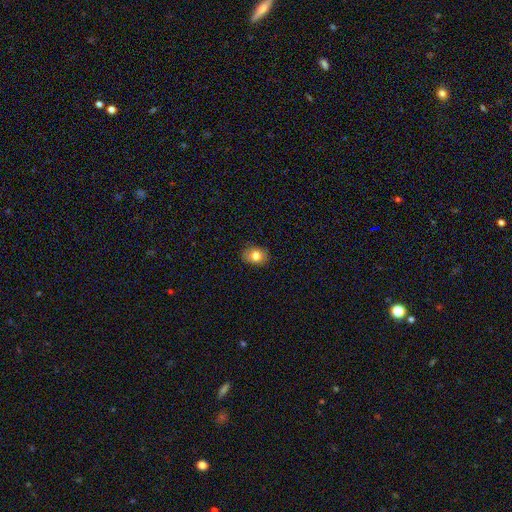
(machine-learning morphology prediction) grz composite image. It shows a smooth galaxy with no disk features (79%) that is in between round and cigar-shaped (58%). Merging: none (86%).